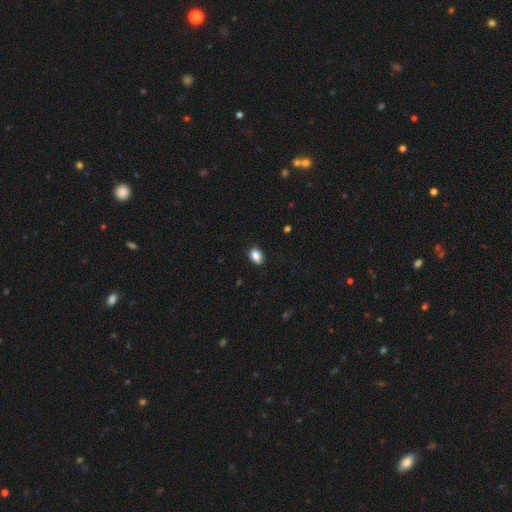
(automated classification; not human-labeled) Morphology: type=smooth (88%); roundness=in between (75%); merging=none (86%).